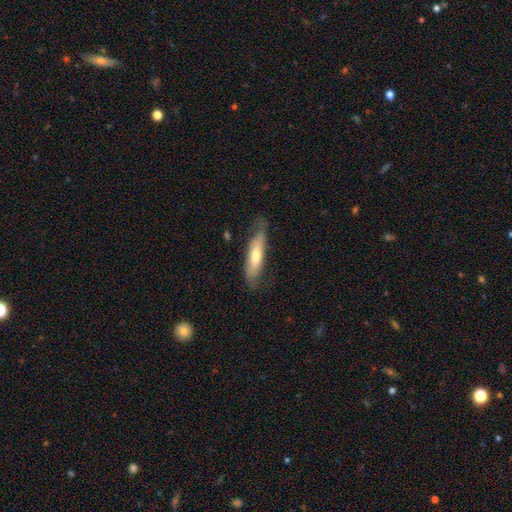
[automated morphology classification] smooth_or_featured: smooth (p=0.54) [alt: featured or disk p=0.39]
how_rounded: cigar-shaped (p=0.70) [alt: in between p=0.28]
merging: none (p=0.67) [alt: minor disturbance p=0.23]